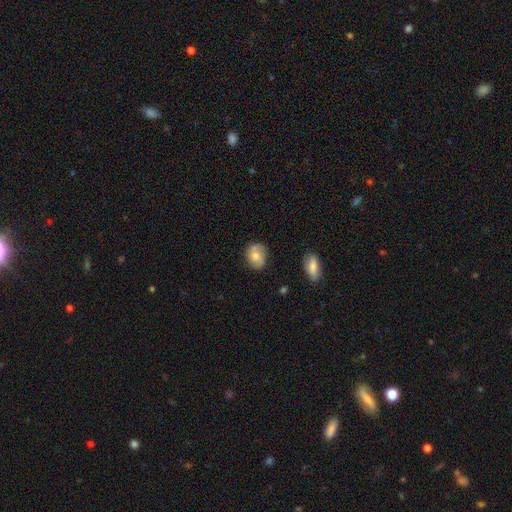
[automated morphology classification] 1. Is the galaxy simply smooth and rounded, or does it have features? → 66% smooth, 26% featured or disk, 8% star or artifact.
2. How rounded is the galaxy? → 52% round, 47% in between, 1% cigar-shaped.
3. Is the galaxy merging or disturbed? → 61% none, 24% minor disturbance, 9% merger, 6% major disturbance.